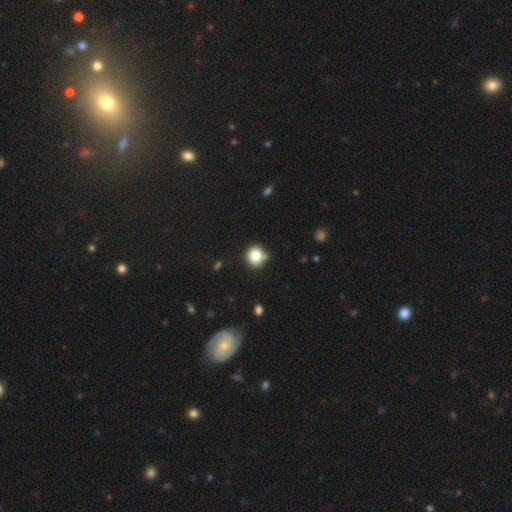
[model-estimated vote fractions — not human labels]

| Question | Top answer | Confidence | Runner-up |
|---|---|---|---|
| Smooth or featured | smooth | 81% | star or artifact (11%) |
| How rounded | round | 91% | in between (8%) |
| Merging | none | 79% | minor disturbance (13%) |